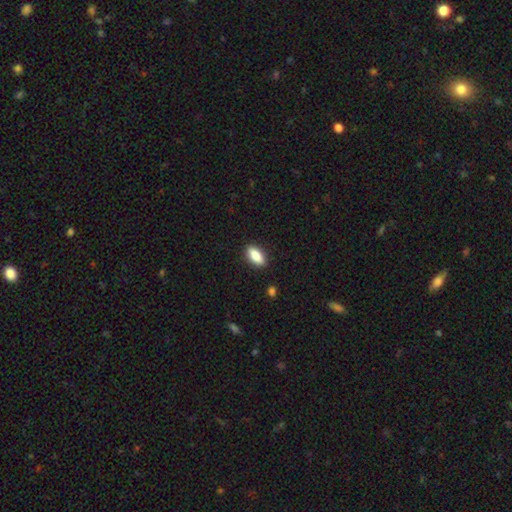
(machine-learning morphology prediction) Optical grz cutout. It shows a smooth galaxy with no disk features (84%) that is in between round and cigar-shaped (84%). Merging: none (89%).